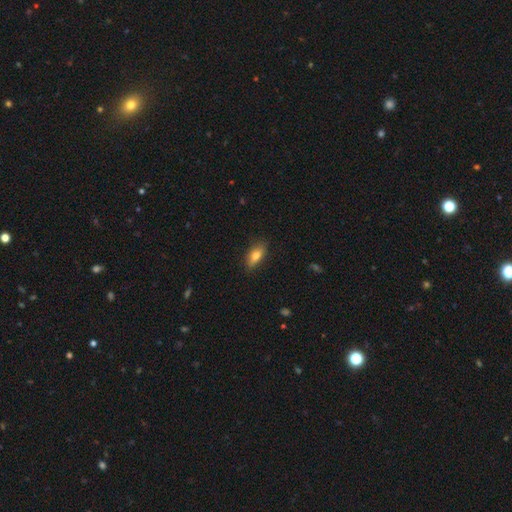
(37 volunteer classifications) This appears to be a smooth galaxy with no disk features (78%) that is in between round and cigar-shaped (79%). Merging: none (64%).